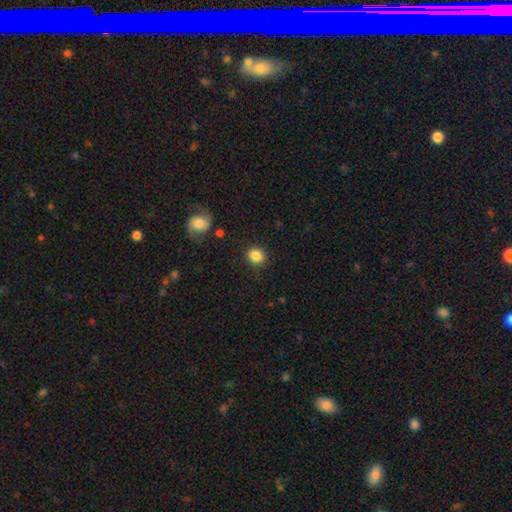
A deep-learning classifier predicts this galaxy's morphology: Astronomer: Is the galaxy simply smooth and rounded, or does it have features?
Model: smooth — 86%.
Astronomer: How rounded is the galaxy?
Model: round — 76%.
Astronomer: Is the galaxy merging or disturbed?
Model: none — 87%.